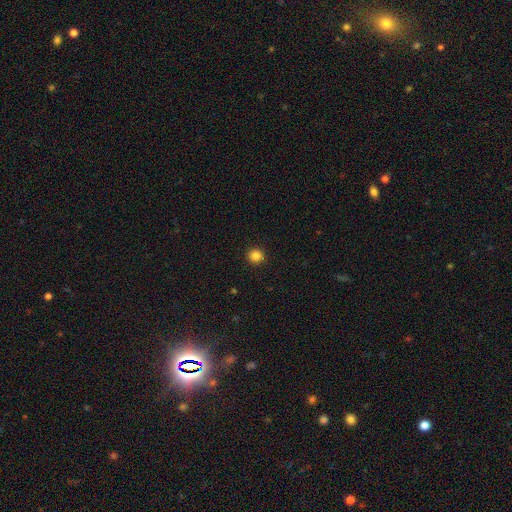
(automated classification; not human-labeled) Morphology: type=smooth (85%); roundness=round (94%); merging=none (93%).